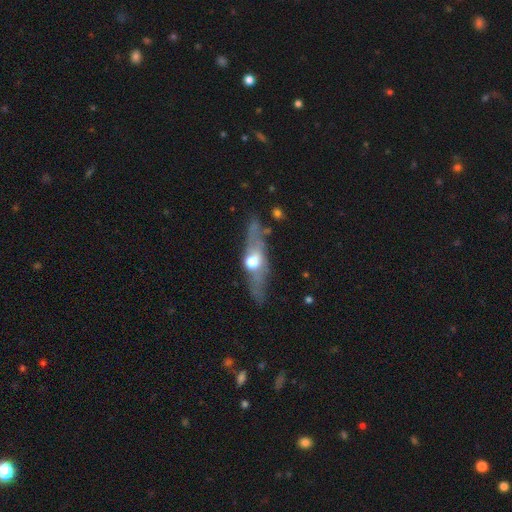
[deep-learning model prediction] featured or disk 63%, smooth 31%, star or artifact 7%. Down the decision tree: edge-on disk — yes (72%); merging — none (72%).